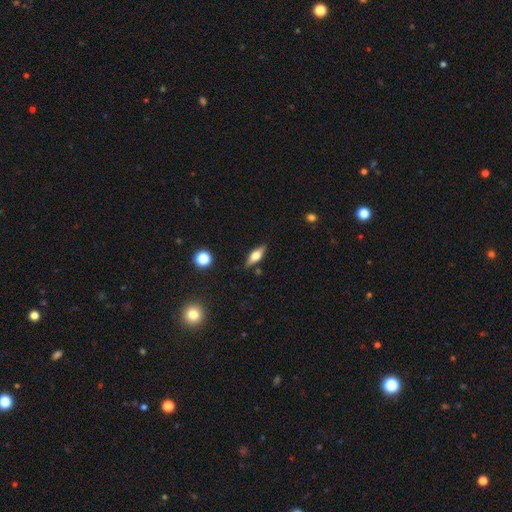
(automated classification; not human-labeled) Smooth or featured? smooth (49%)
Merging? none (83%)